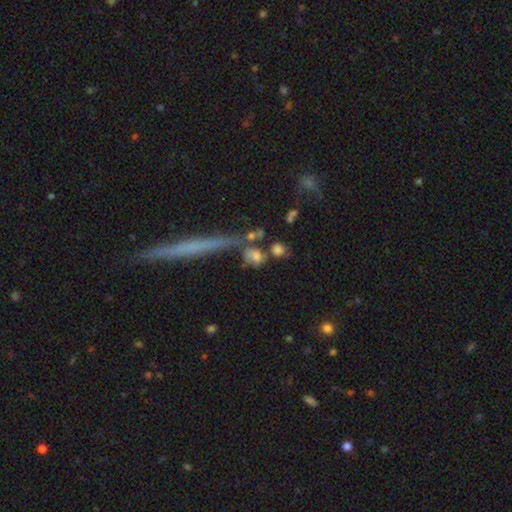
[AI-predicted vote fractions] Smooth or featured?
  - smooth: 68% *
  - featured or disk: 18%
  - star or artifact: 14%
How rounded?
  - round: 55% *
  - in between: 30%
  - cigar-shaped: 15%
Merging?
  - none: 57% *
  - merger: 20%
  - minor disturbance: 14%
  - major disturbance: 8%